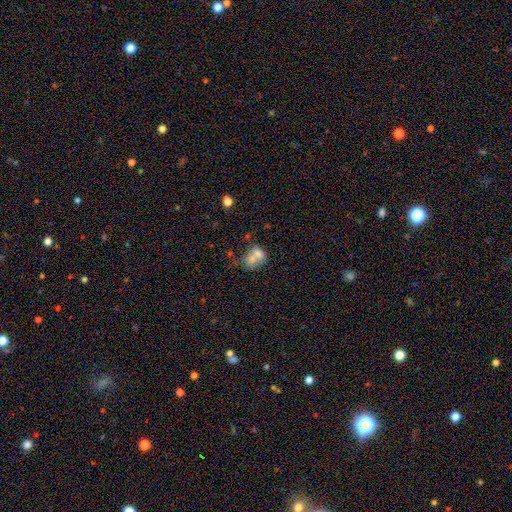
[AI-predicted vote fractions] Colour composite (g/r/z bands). It shows a smooth galaxy with no disk features (65%) that is in between round and cigar-shaped (52%). Merging: merger (62%).